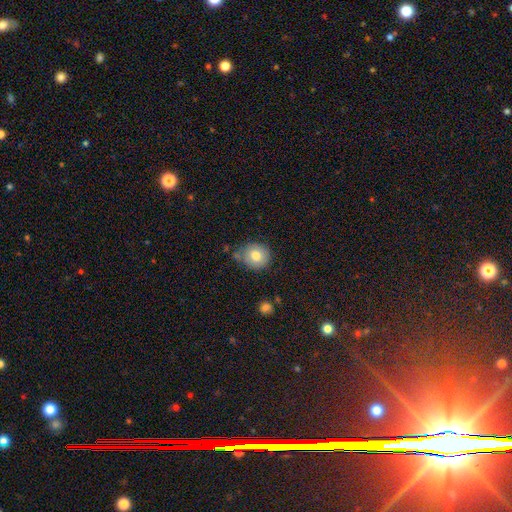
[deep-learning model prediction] Smooth or featured?
  - smooth: 78% *
  - featured or disk: 13%
  - star or artifact: 9%
How rounded?
  - round: 86% *
  - in between: 13%
  - cigar-shaped: 1%
Merging?
  - none: 70% *
  - minor disturbance: 19%
  - merger: 7%
  - major disturbance: 4%